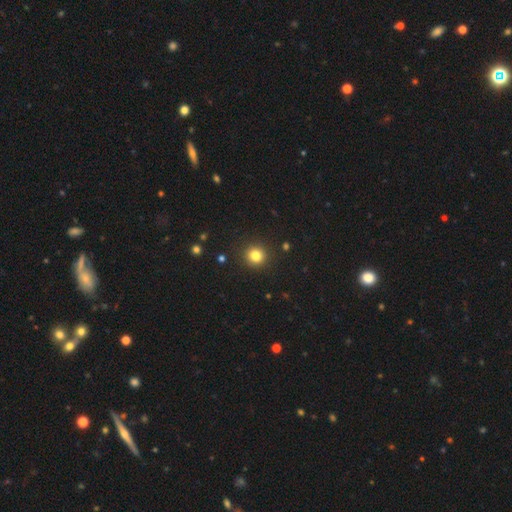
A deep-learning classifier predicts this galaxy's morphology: Smooth or featured?
  - smooth: 82% *
  - star or artifact: 12%
  - featured or disk: 5%
How rounded?
  - round: 92% *
  - in between: 7%
  - cigar-shaped: 1%
Merging?
  - none: 92% *
  - minor disturbance: 5%
  - major disturbance: 2%
  - merger: 1%